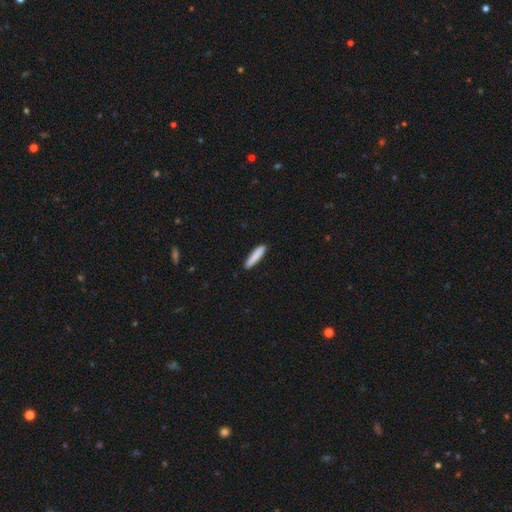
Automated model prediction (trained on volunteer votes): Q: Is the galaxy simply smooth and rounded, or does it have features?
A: smooth — 86%.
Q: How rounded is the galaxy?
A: cigar-shaped — 88%.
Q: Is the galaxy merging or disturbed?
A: none — 89%.